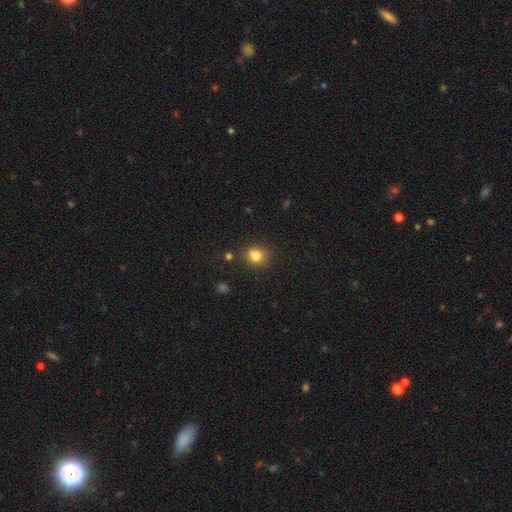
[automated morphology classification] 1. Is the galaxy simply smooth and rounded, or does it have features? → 80% smooth, 12% star or artifact, 8% featured or disk.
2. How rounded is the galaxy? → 69% round, 30% in between, 1% cigar-shaped.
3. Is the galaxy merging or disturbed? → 71% none, 16% minor disturbance, 8% merger, 4% major disturbance.